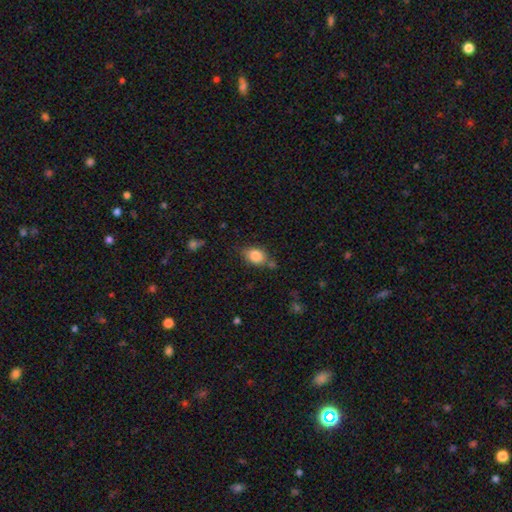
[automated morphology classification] This appears to be a smooth galaxy with no disk features (84%) that is in between round and cigar-shaped (74%). Merging: none (68%).